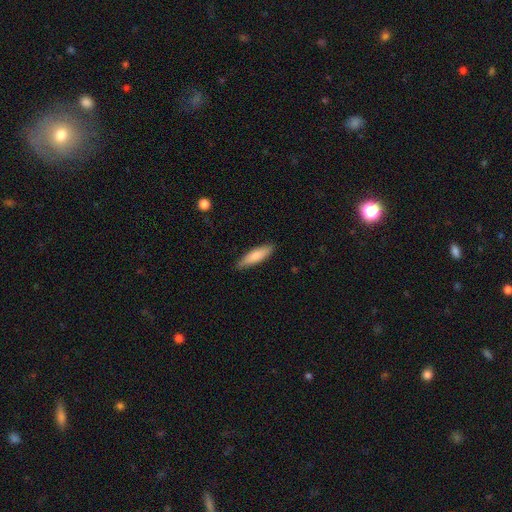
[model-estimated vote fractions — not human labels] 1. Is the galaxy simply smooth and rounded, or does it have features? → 78% smooth, 17% featured or disk, 5% star or artifact.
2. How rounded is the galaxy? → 66% cigar-shaped, 32% in between, 2% round.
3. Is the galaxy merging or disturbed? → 86% none, 11% minor disturbance, 2% major disturbance, 1% merger.